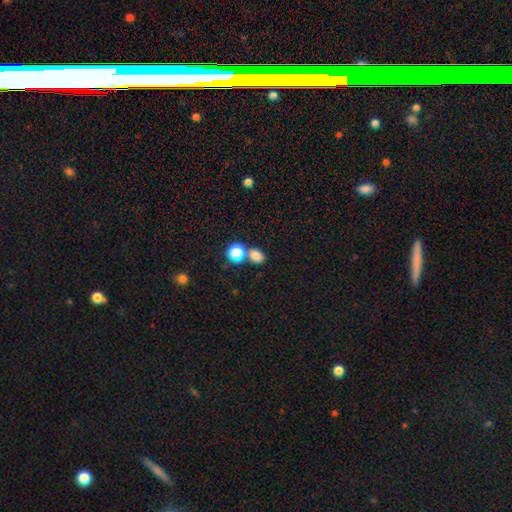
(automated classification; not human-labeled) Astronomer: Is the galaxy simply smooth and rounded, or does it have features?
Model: smooth — 81%.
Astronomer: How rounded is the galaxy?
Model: in between — 56% (runner-up: round, 43%).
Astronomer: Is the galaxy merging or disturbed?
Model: none — 59%.